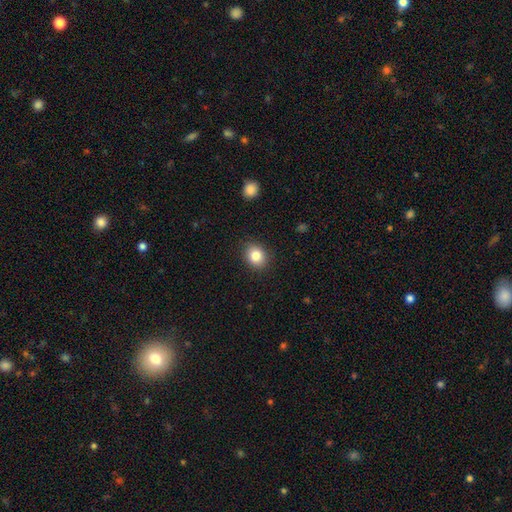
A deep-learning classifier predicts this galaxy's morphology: Q: Smooth or featured?
A: smooth (84%); runner-up: star or artifact (10%)
Q: How rounded?
A: round (56%); runner-up: in between (43%)
Q: Merging?
A: none (88%); runner-up: minor disturbance (9%)